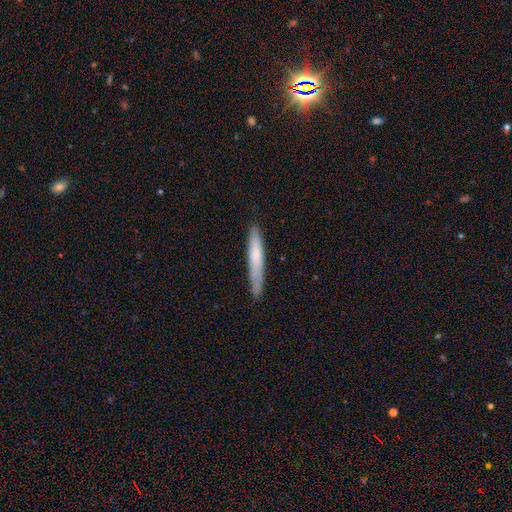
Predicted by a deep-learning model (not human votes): The model was most divided on "smooth or featured": smooth: 67%, featured or disk: 27%, star or artifact: 6%. More confident: how rounded — cigar-shaped (94%); merging — none (81%).